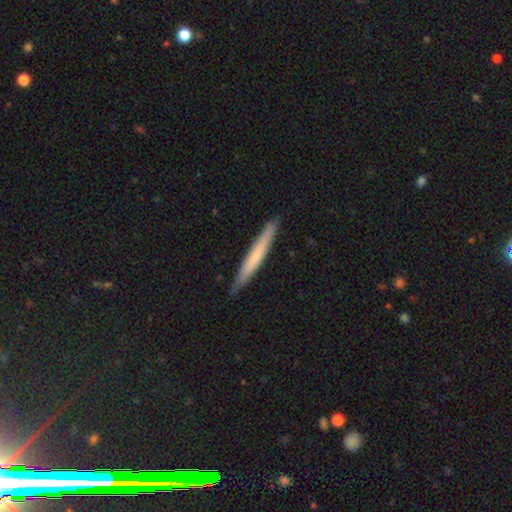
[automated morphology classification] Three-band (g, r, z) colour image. It shows a smooth galaxy with no disk features (60%) that is cigar-shaped (97%). Merging: none (88%).